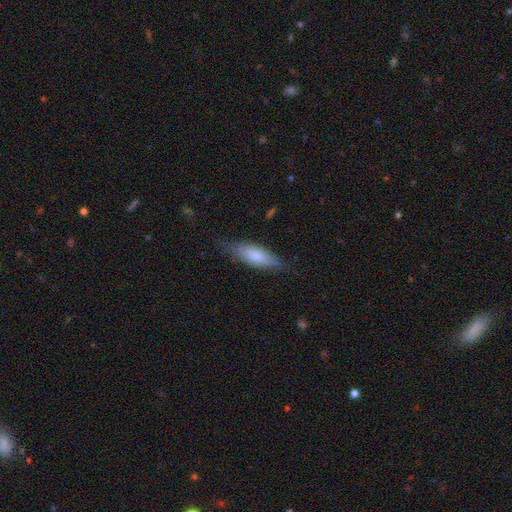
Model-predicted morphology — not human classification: Smooth or featured: smooth — 76% (featured or disk — 18%)
How rounded: in between — 55% (cigar-shaped — 43%)
Merging: none — 71% (minor disturbance — 22%)